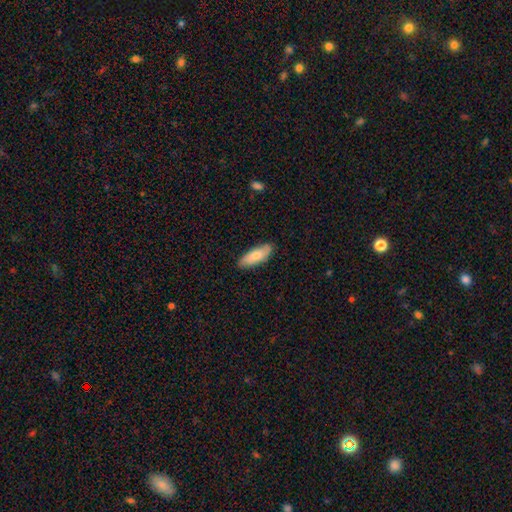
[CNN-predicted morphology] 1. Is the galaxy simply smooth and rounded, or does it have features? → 75% smooth, 19% featured or disk, 6% star or artifact.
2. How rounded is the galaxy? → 69% in between, 29% cigar-shaped, 2% round.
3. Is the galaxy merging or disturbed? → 85% none, 12% minor disturbance, 2% major disturbance, 1% merger.